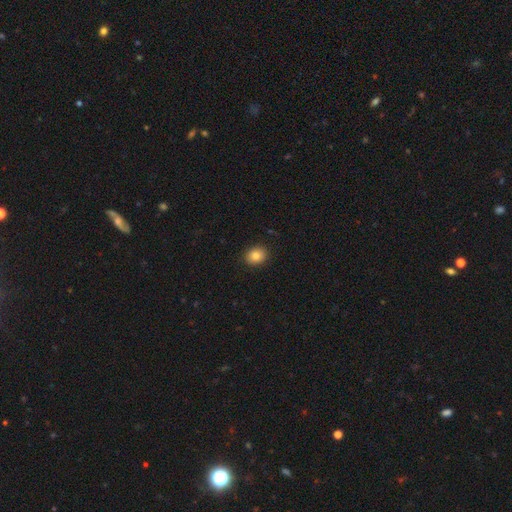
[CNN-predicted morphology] Smooth or featured? Predicted: smooth (p=0.83). How rounded? Predicted: round (p=0.58). Merging? Predicted: none (p=0.90).